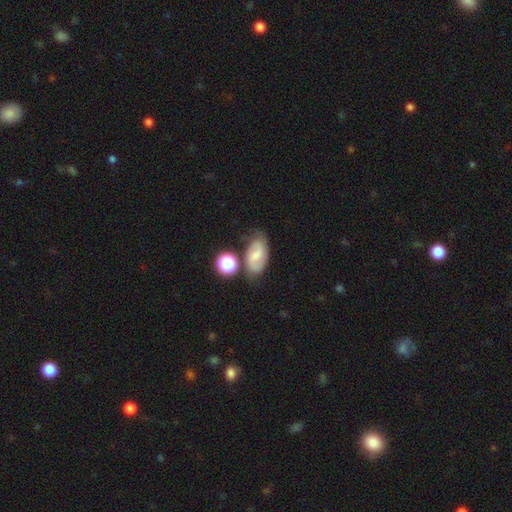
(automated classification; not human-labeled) The model was most divided on "bulge size": small: 42%, moderate: 31%, none: 19%, large: 6%, dominant: 2%. More confident: edge-on disk — no (96%); spiral arms — yes (89%); merging — none (64%); smooth or featured — featured or disk (55%); bar — weak (51%).